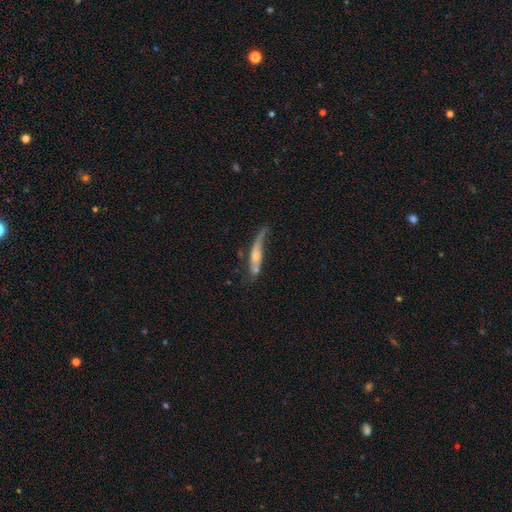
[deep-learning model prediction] Smooth or featured? featured or disk (66%)
Edge-on disk? yes (53%)
Merging? none (41%)